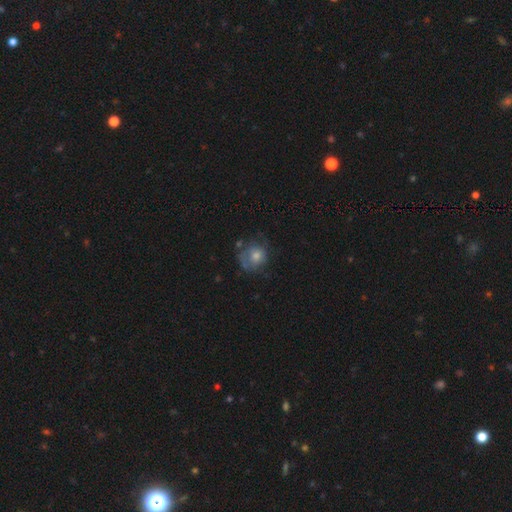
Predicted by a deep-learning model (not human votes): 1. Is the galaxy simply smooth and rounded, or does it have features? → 51% smooth, 36% featured or disk, 13% star or artifact.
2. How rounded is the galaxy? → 80% round, 19% in between, 1% cigar-shaped.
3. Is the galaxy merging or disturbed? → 56% none, 23% minor disturbance, 17% major disturbance, 4% merger.